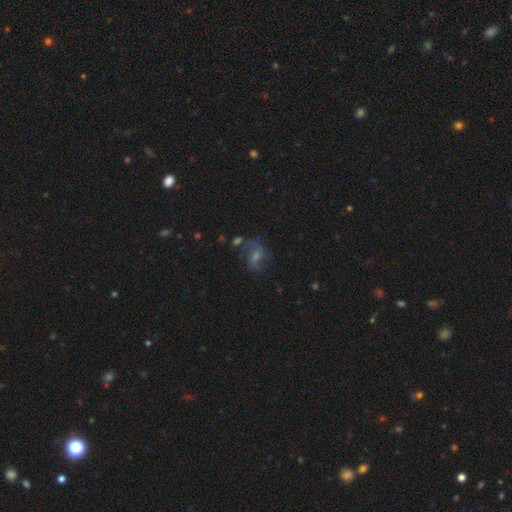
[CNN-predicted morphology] featured or disk 53%, star or artifact 24%, smooth 23%. Down the decision tree: edge-on disk — no (95%); bar — weak (47%); spiral arms — yes (82%); bulge size — moderate (41%); merging — none (60%).